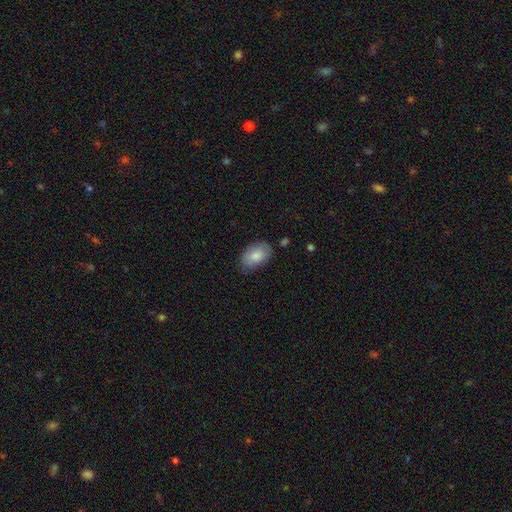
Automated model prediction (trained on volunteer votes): Q: Smooth or featured?
A: smooth (82%); runner-up: featured or disk (12%)
Q: How rounded?
A: in between (92%); runner-up: round (6%)
Q: Merging?
A: none (74%); runner-up: minor disturbance (20%)